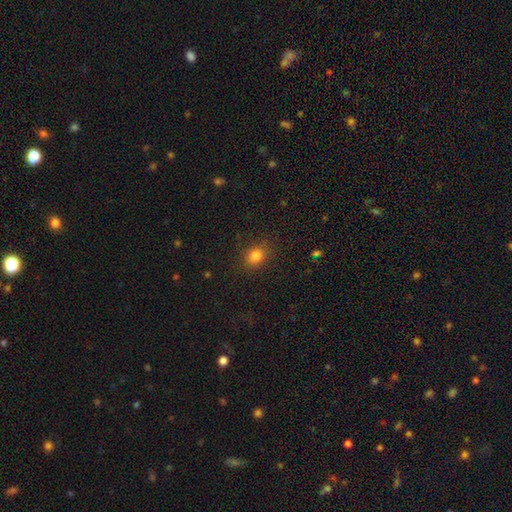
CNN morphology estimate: Smooth or featured: smooth — 82% (star or artifact — 13%)
How rounded: round — 50% (in between — 49%)
Merging: none — 85% (minor disturbance — 10%)